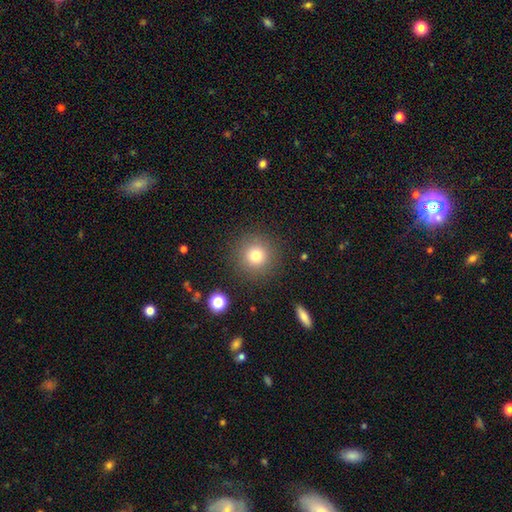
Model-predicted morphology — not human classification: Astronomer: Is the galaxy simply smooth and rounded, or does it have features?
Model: smooth — 77%.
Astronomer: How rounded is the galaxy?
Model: round — 95%.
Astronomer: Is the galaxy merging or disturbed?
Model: none — 89%.